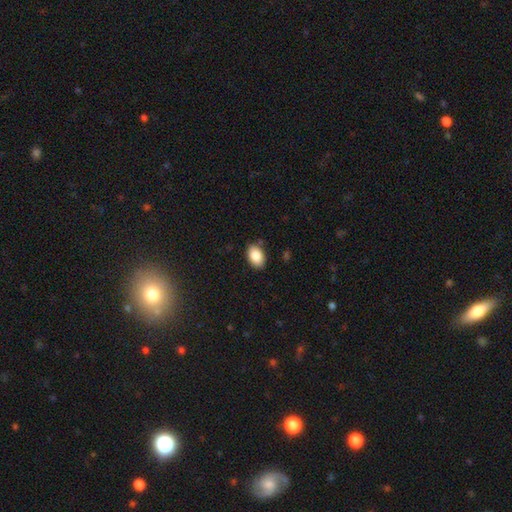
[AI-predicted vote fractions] smooth 87%, star or artifact 7%, featured or disk 6%. Down the decision tree: how rounded — in between (89%); merging — none (84%).